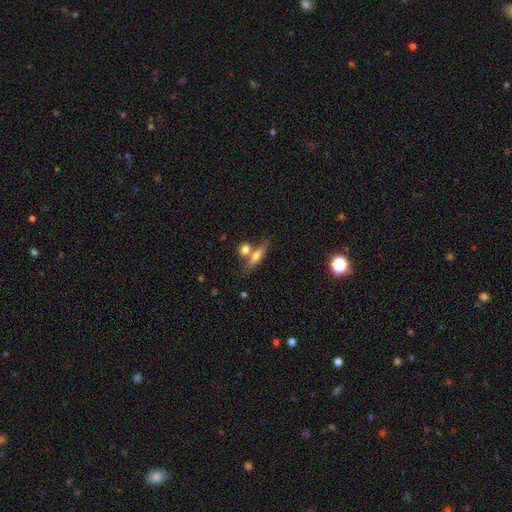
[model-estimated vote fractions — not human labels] Smooth or featured: smooth — 60% (featured or disk — 33%)
How rounded: cigar-shaped — 45% (in between — 43%)
Merging: none — 51% (merger — 34%)